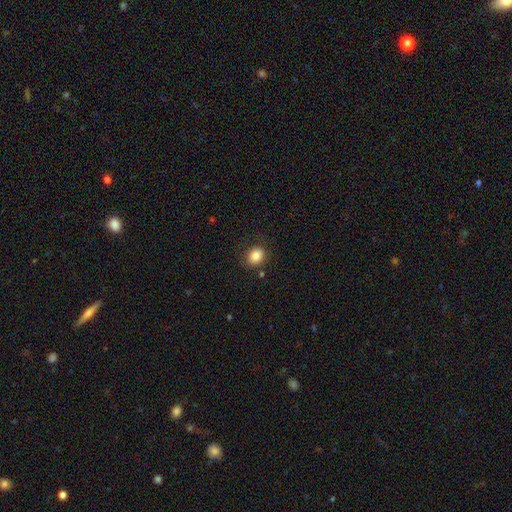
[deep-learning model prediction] smooth 85%, star or artifact 10%, featured or disk 5%. Down the decision tree: how rounded — round (62%); merging — none (83%).